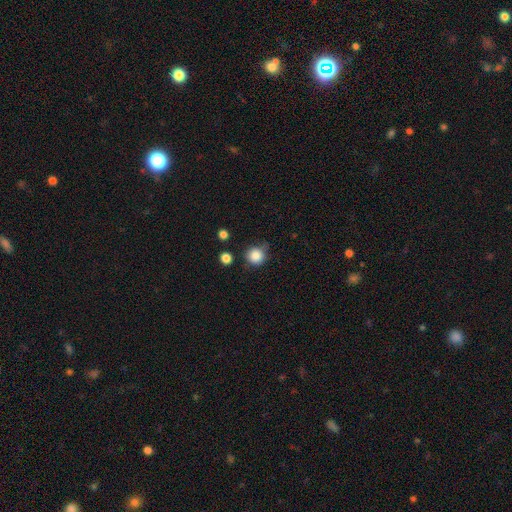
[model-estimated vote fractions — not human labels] A smooth galaxy with no disk features (85%) that is round (92%).

Vote fractions:
- Smooth or featured? smooth: 85% / star or artifact: 10% / featured or disk: 5%
- How rounded? round: 92% / in between: 7% / cigar-shaped: 1%
- Merging? none: 71% / minor disturbance: 20% / merger: 5% / major disturbance: 5%